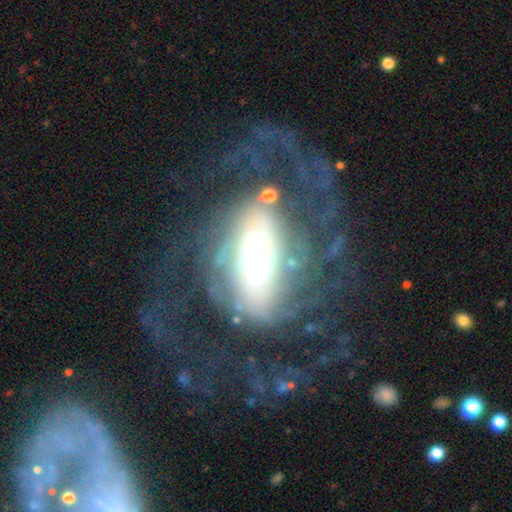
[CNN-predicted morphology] Smooth or featured? Predicted: featured or disk (p=0.76). Edge-on disk? Predicted: no (p=0.94). Bar? Predicted: no (p=0.48). Spiral arms? Predicted: yes (p=0.72). Spiral winding? Predicted: medium (p=0.35). Spiral arm count? Predicted: can't tell (p=0.40). Bulge size? Predicted: moderate (p=0.47). Merging? Predicted: none (p=0.38, tied with major disturbance).